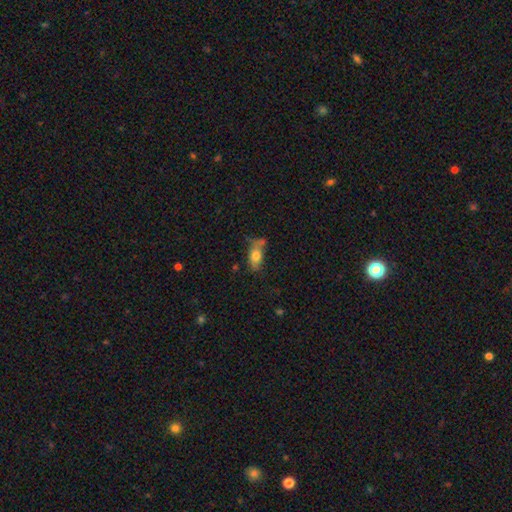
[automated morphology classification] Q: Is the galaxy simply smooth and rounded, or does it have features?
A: smooth — 73%.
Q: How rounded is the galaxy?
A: in between — 83%.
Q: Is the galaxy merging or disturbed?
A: none — 47%.